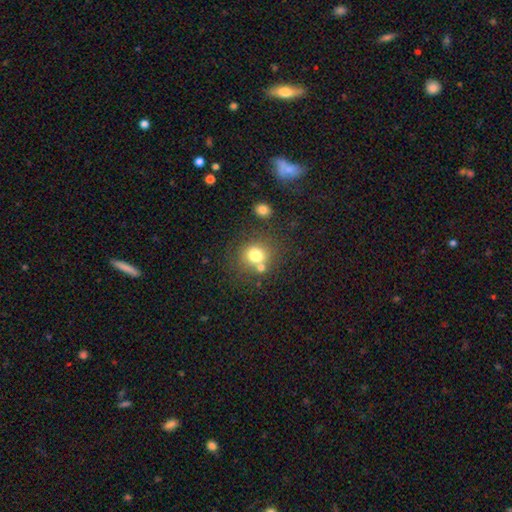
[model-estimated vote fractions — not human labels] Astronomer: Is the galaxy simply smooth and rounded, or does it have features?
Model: smooth — 76%.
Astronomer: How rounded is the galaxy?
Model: round — 80%.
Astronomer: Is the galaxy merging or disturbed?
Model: none — 62%.